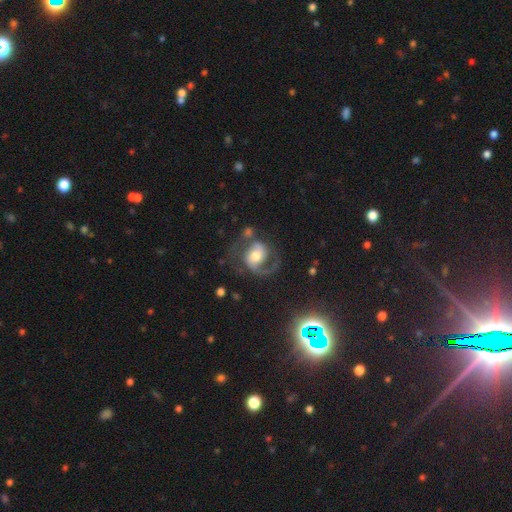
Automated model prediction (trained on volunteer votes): Morphology: type=featured or disk (79%); edge-on=no (97%); bar=no (51%); spiral arms=yes (93%); winding=medium (52%); arm count=2 (66%); bulge=moderate (63%); merging=none (54%).